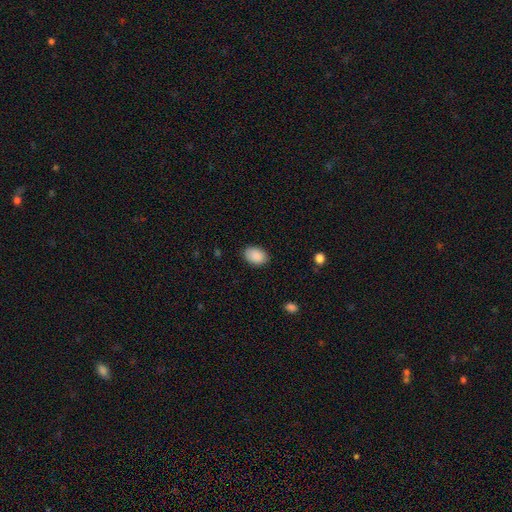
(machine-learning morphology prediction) The model was most divided on "how rounded": in between: 84%, round: 15%, cigar-shaped: 1%. More confident: smooth or featured — smooth (90%); merging — none (86%).